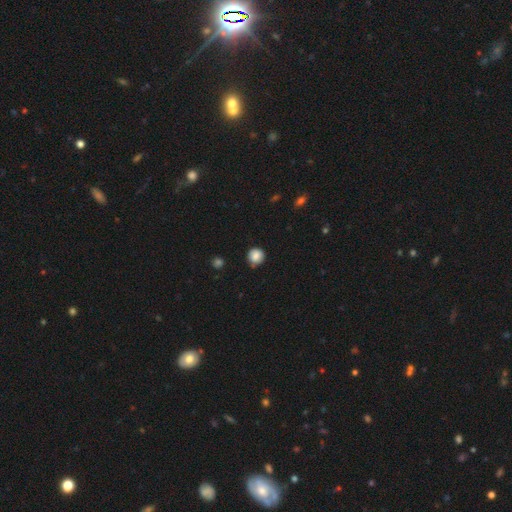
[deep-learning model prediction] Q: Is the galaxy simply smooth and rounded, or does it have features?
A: smooth — 86%.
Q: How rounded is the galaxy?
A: round — 91%.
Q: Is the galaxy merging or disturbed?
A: none — 80%.